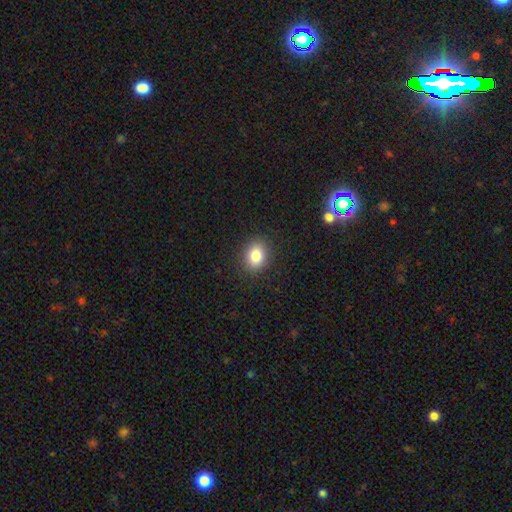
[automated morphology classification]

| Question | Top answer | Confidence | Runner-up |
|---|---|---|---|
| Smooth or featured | smooth | 84% | star or artifact (10%) |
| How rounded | in between | 56% | round (43%) |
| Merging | none | 89% | minor disturbance (8%) |